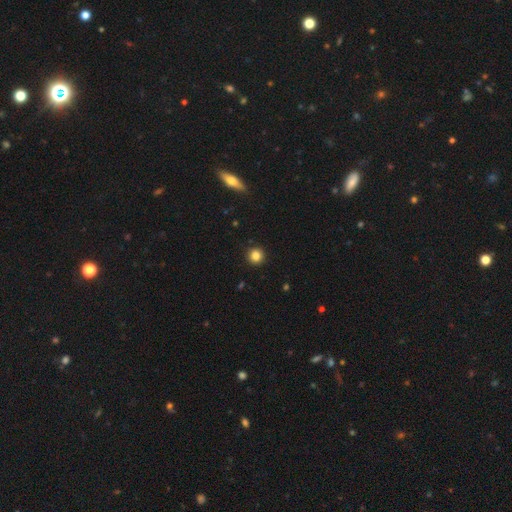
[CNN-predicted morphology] The model was most divided on "smooth or featured": smooth: 84%, star or artifact: 12%, featured or disk: 4%. More confident: how rounded — round (96%); merging — none (93%).